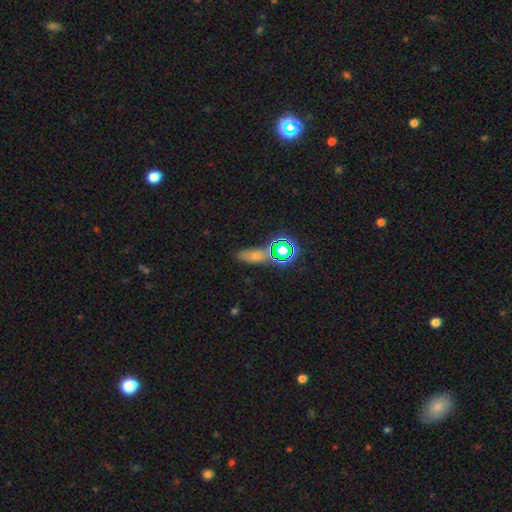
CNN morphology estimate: star or artifact 46%, smooth 37%, featured or disk 17%.